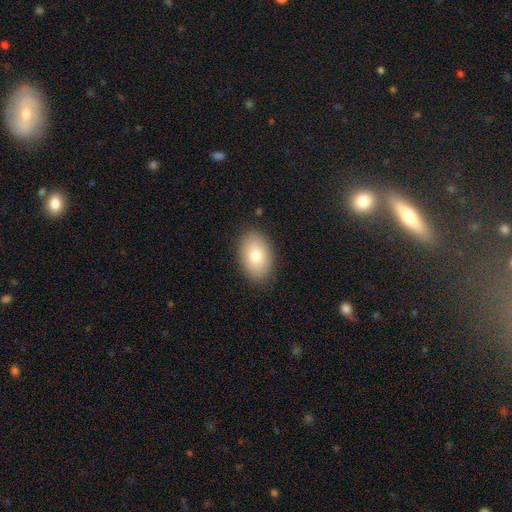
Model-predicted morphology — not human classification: Smooth or featured: smooth — 79% (featured or disk — 13%)
How rounded: in between — 89% (round — 10%)
Merging: none — 88% (minor disturbance — 9%)